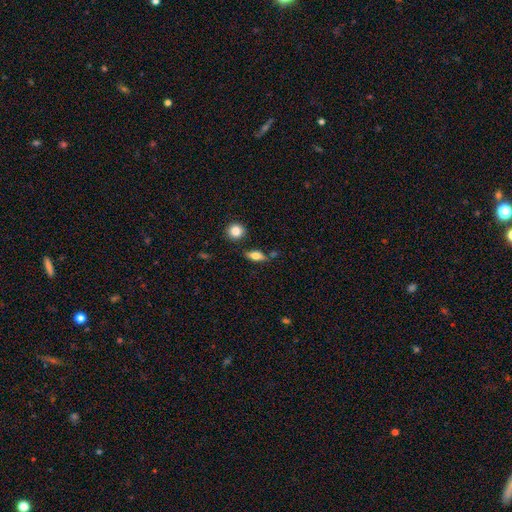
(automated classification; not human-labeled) This appears to be a smooth galaxy with no disk features (70%) that is in between round and cigar-shaped (76%). Merging: none (73%).